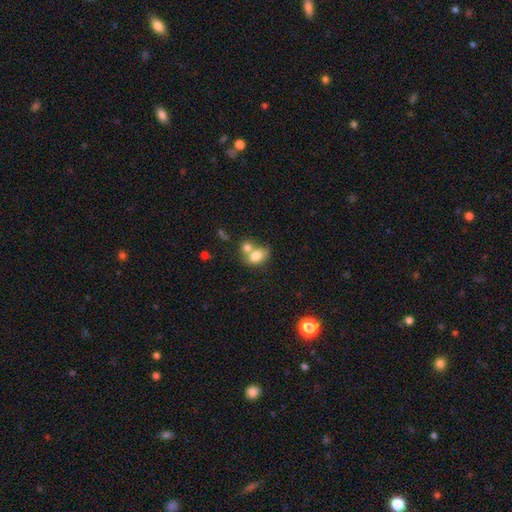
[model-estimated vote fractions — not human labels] smooth 76%, featured or disk 15%, star or artifact 9%. Down the decision tree: how rounded — in between (69%); merging — merger (54%).